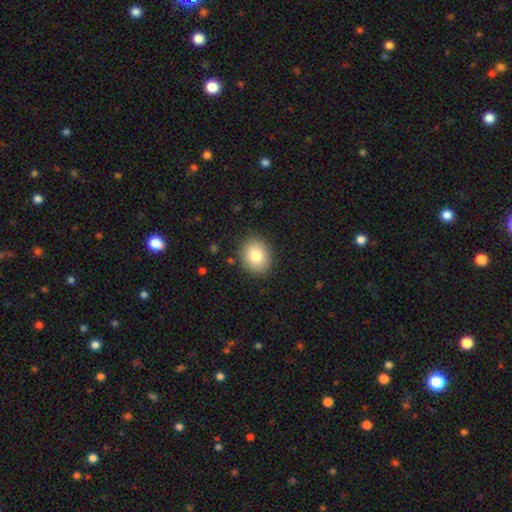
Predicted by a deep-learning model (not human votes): Smooth or featured? Predicted: smooth (p=0.81). How rounded? Predicted: round (p=0.64). Merging? Predicted: none (p=0.88).